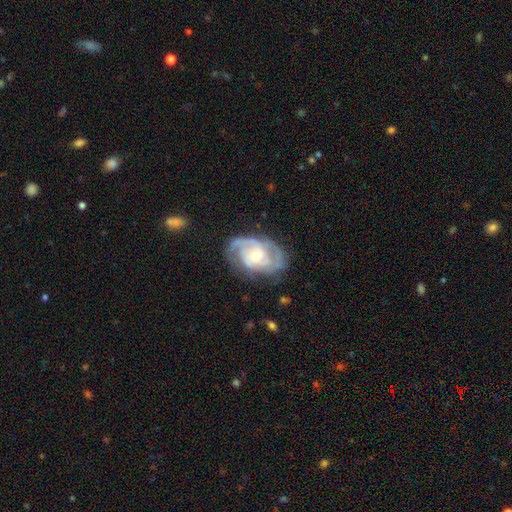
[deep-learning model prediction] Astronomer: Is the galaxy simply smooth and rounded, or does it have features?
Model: featured or disk — 86%.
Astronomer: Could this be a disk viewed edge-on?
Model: no — 97%.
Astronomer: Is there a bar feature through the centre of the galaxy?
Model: no — 65%.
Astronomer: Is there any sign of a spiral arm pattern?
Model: yes — 95%.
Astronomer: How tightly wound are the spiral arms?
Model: tight — 48% (runner-up: medium, 41%).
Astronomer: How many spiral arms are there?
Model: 2 — 53%.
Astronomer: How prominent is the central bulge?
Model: moderate — 49% (runner-up: small, 46%).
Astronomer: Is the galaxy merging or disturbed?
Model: none — 69%.